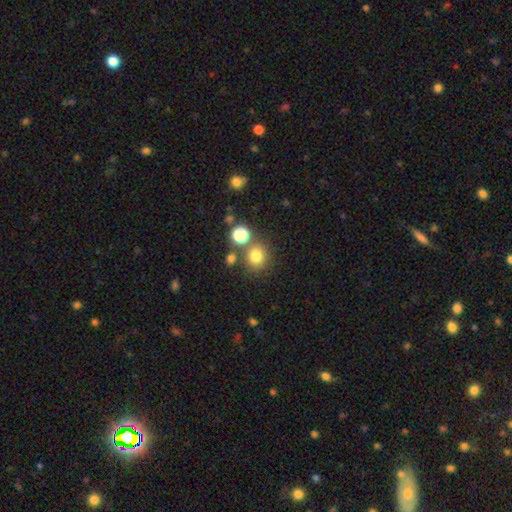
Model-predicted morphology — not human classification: smooth-or-featured: smooth: 77% | star or artifact: 16% | featured or disk: 7%
  how-rounded: round: 84% | in between: 15% | cigar-shaped: 1%
  merging: none: 73% | merger: 13% | minor disturbance: 10% | major disturbance: 4%